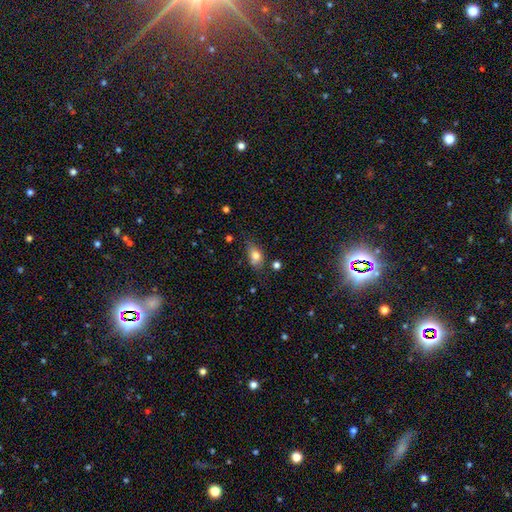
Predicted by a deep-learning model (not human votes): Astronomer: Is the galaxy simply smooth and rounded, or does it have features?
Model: smooth — 77%.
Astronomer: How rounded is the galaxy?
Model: in between — 79%.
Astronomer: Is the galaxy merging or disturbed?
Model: none — 63%.